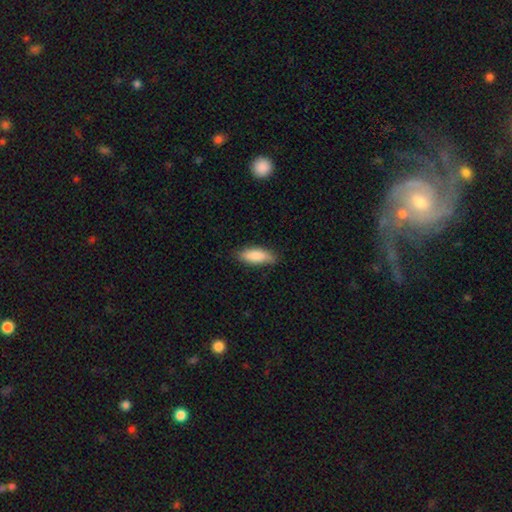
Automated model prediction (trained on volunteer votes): A smooth galaxy with no disk features (85%) that is in between round and cigar-shaped (71%).

Vote fractions:
- Smooth or featured? smooth: 85% / featured or disk: 9% / star or artifact: 6%
- How rounded? in between: 71% / cigar-shaped: 27% / round: 2%
- Merging? none: 77% / minor disturbance: 19% / major disturbance: 3% / merger: 1%